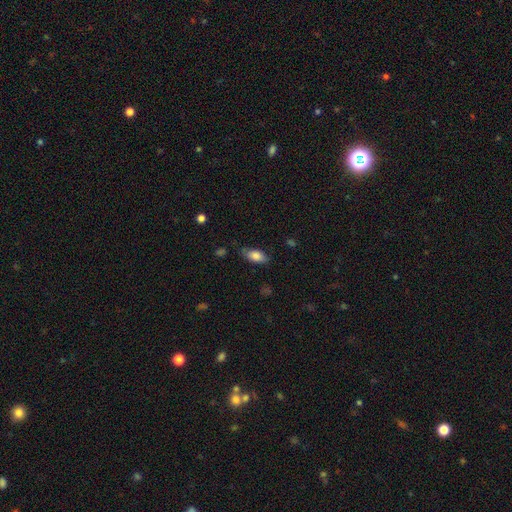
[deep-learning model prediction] The model was most divided on "merging": none: 75%, minor disturbance: 20%, major disturbance: 4%, merger: 2%. More confident: how rounded — in between (87%); smooth or featured — smooth (81%).